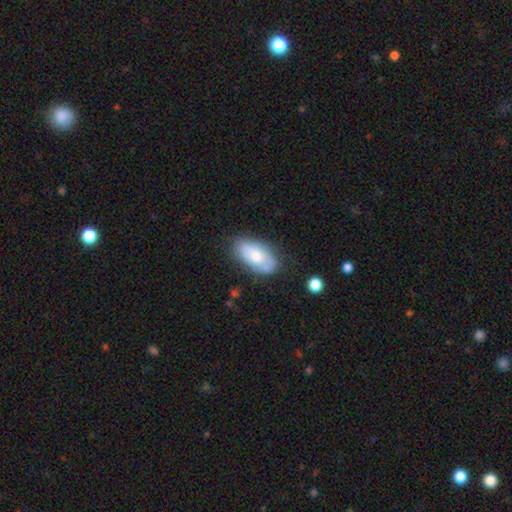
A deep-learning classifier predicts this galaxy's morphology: smooth_or_featured: smooth (p=0.55) [alt: featured or disk p=0.38]
how_rounded: in between (p=0.93) [alt: round p=0.04]
merging: none (p=0.66) [alt: minor disturbance p=0.24]